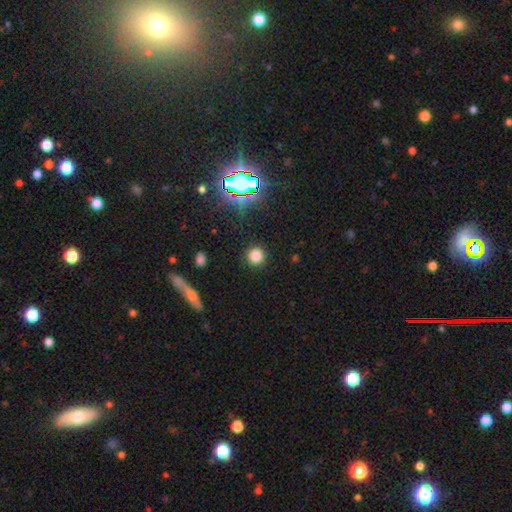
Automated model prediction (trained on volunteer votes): A smooth galaxy with no disk features (77%) that is round (93%). Merging: none (90%).